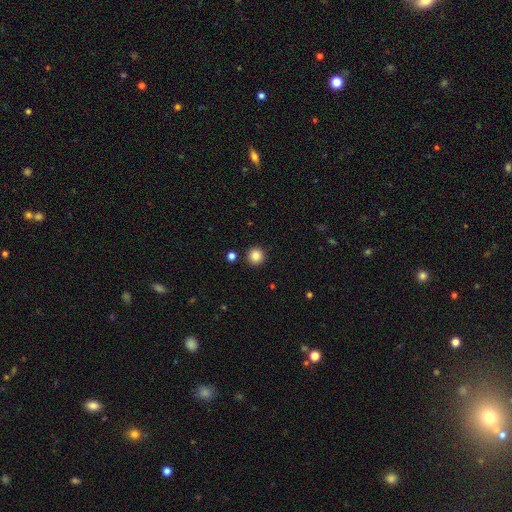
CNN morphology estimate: This appears to be a smooth galaxy with no disk features (85%) that is round (96%). Merging: none (92%).